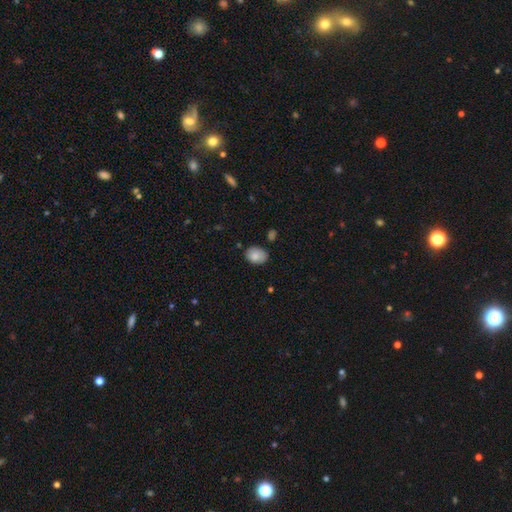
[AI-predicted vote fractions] Smooth or featured? Predicted: smooth (p=0.84). How rounded? Predicted: in between (p=0.69). Merging? Predicted: none (p=0.78).